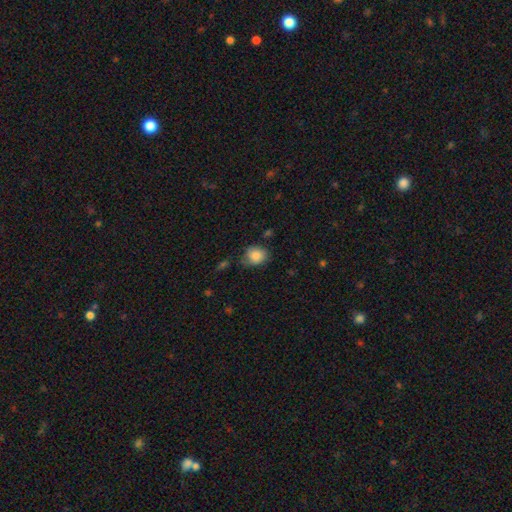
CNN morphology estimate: A smooth galaxy with no disk features (86%) that is round (65%). Merging: none (69%).